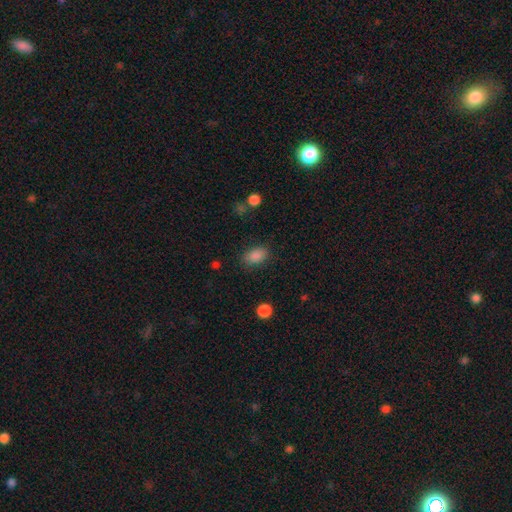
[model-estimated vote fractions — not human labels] This appears to be a smooth galaxy with no disk features (87%) that is in between round and cigar-shaped (89%). Merging: none (83%).